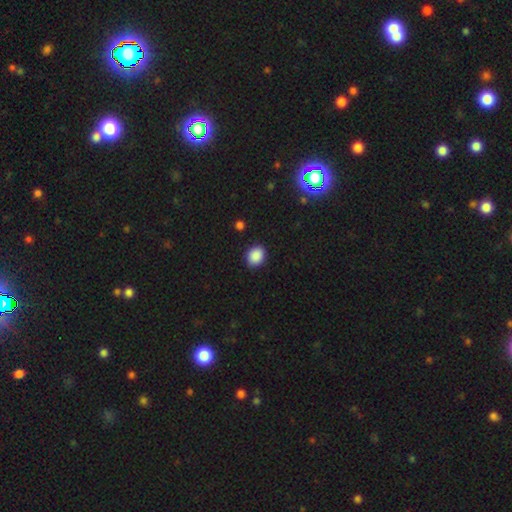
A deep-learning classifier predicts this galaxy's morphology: smooth-or-featured: smooth: 89% | star or artifact: 8% | featured or disk: 3%
  how-rounded: round: 56% | in between: 43% | cigar-shaped: 1%
  merging: none: 89% | minor disturbance: 8% | major disturbance: 2% | merger: 1%